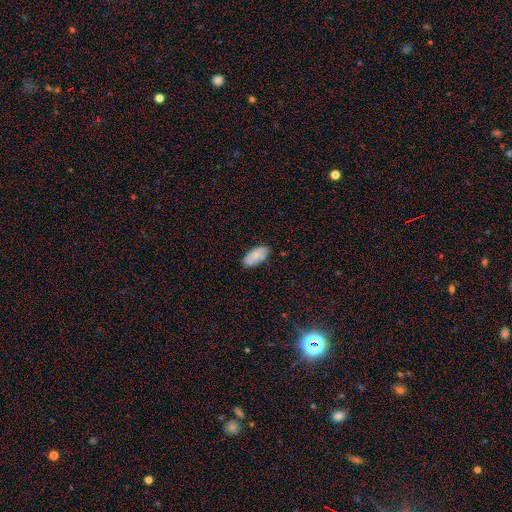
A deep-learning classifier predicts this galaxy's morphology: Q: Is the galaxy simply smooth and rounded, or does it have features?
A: smooth — 73%.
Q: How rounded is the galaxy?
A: in between — 93%.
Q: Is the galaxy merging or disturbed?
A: none — 77%.